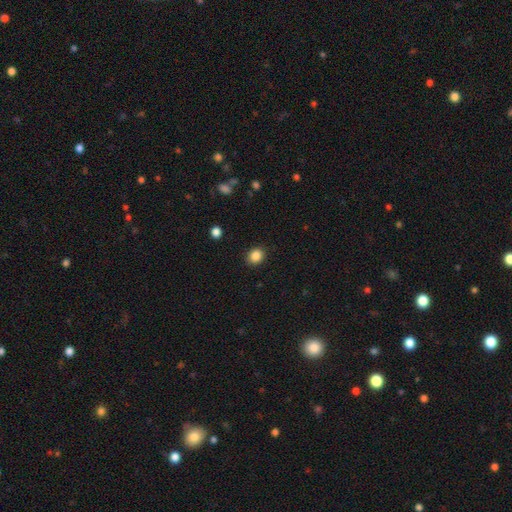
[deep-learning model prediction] Overall: smooth (86%). How rounded: round (72%). Merging: none (90%).